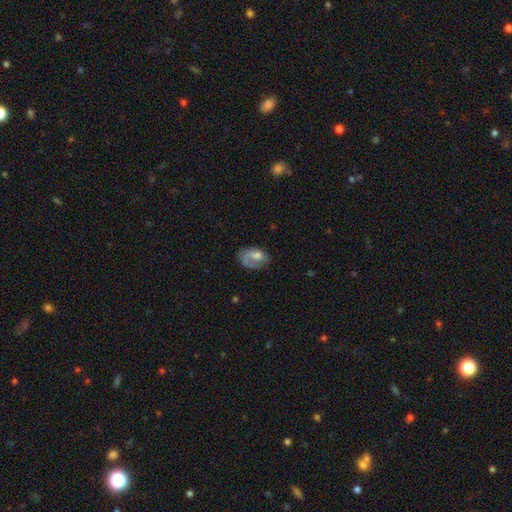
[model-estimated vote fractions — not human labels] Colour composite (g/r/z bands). It shows a featured or disk galaxy (48%). Merging: none (44%).